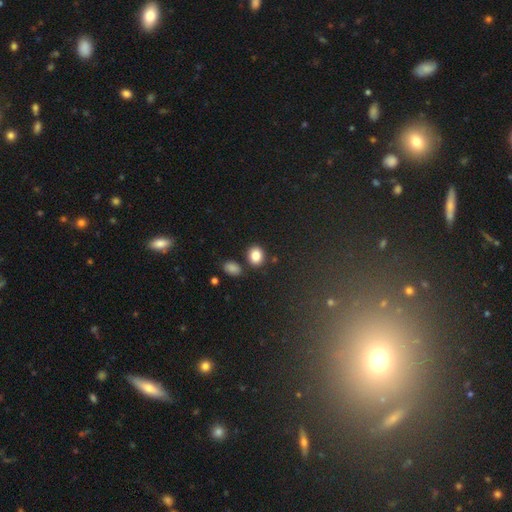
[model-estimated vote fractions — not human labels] This is clearly a smooth galaxy (85%). How rounded: possibly in between (51%). Merging: likely none (78%).